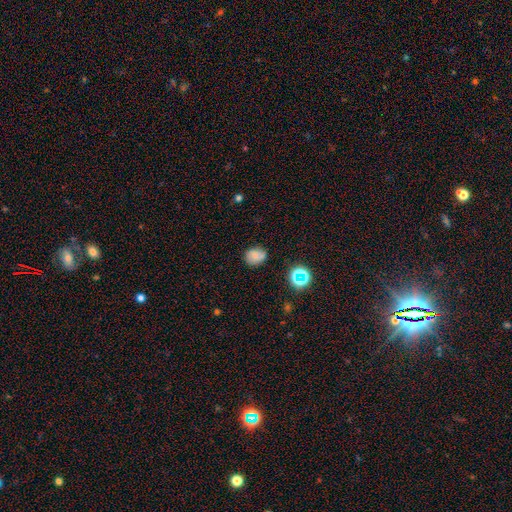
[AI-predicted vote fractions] Overall: smooth (71%). How rounded: round (58%; in between 41%). Merging: none (75%).